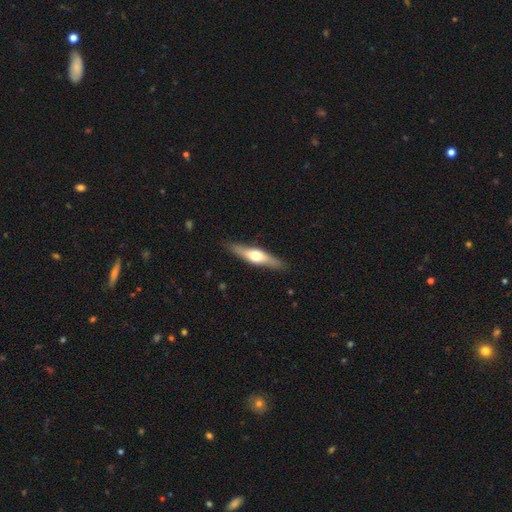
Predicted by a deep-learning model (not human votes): A featured or disk galaxy (55%) viewed edge-on (92%) with a rounded central bulge (93%). Merging: none (88%).